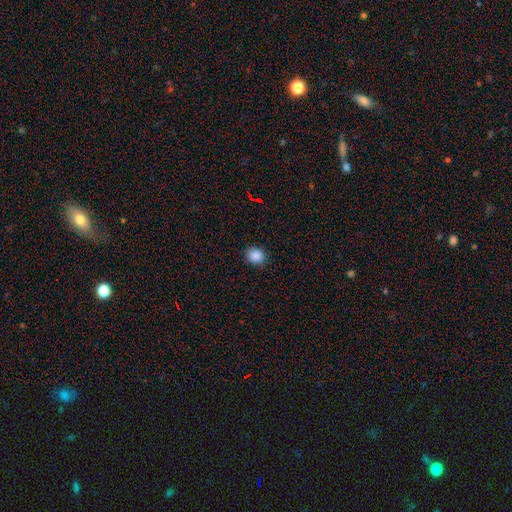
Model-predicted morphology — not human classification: Smooth or featured? smooth (87%)
How rounded? round (80%)
Merging? none (89%)